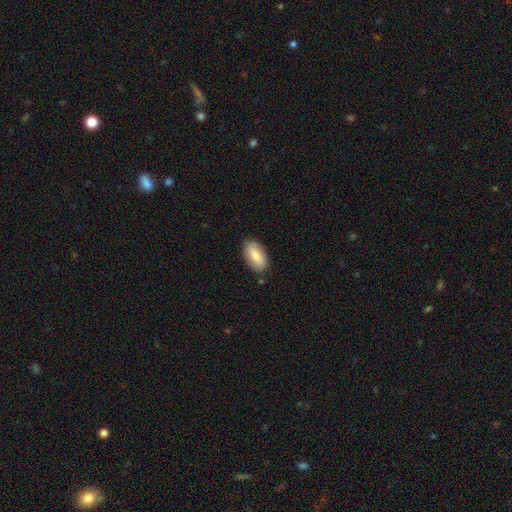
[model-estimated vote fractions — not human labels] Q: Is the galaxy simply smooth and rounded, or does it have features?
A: smooth — 84%.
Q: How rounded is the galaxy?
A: in between — 92%.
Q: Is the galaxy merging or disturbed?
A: none — 82%.